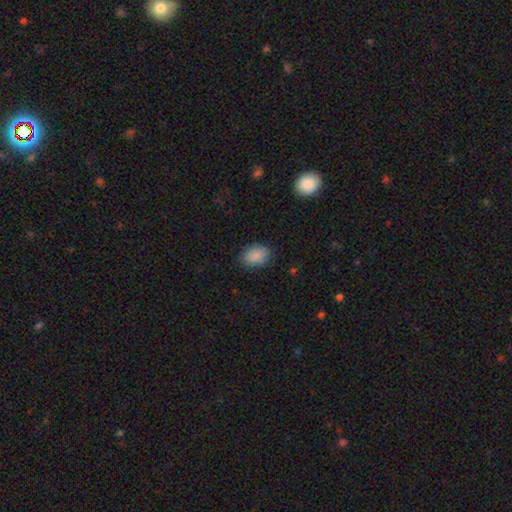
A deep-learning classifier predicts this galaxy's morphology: Smooth or featured?
  - smooth: 89% *
  - star or artifact: 8%
  - featured or disk: 3%
How rounded?
  - in between: 81% *
  - round: 18%
  - cigar-shaped: 1%
Merging?
  - none: 85% *
  - minor disturbance: 11%
  - major disturbance: 3%
  - merger: 1%